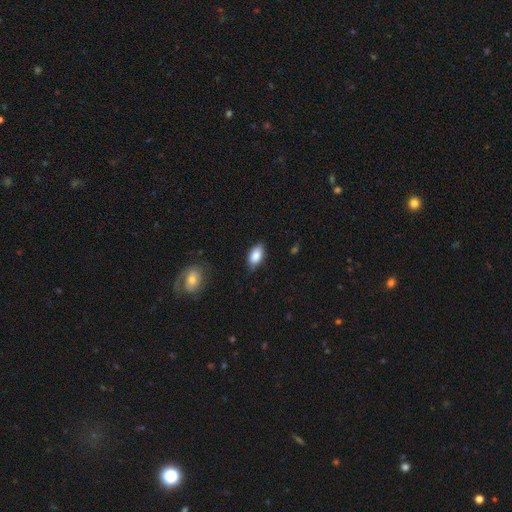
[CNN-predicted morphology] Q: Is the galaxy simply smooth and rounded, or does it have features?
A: smooth — 83%.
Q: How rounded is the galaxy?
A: in between — 91%.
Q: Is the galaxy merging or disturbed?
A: none — 78%.